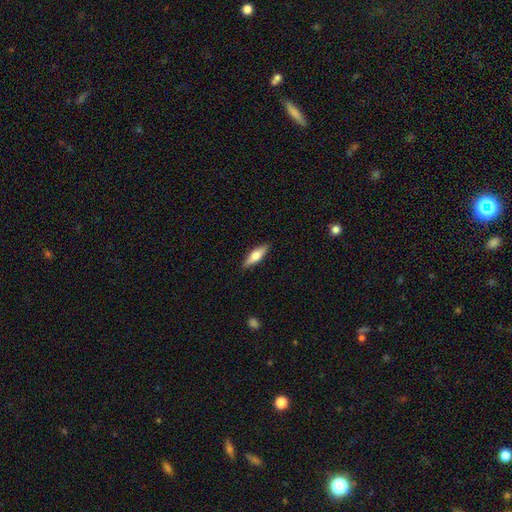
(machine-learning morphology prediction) type=smooth (61%); roundness=cigar-shaped (54%); merging=none (88%).